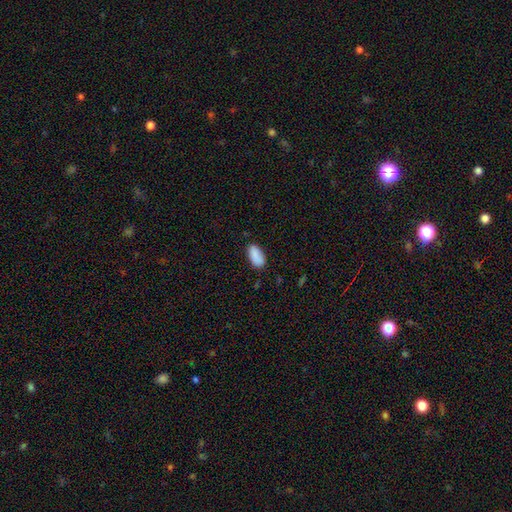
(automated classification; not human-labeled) Q: Smooth or featured?
A: smooth (88%); runner-up: star or artifact (7%)
Q: How rounded?
A: in between (93%); runner-up: cigar-shaped (4%)
Q: Merging?
A: none (81%); runner-up: minor disturbance (14%)